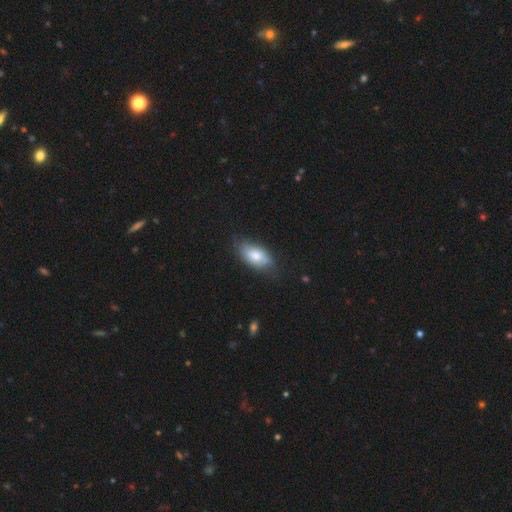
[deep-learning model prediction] Morphology: type=smooth (72%); roundness=in between (90%); merging=none (67%).